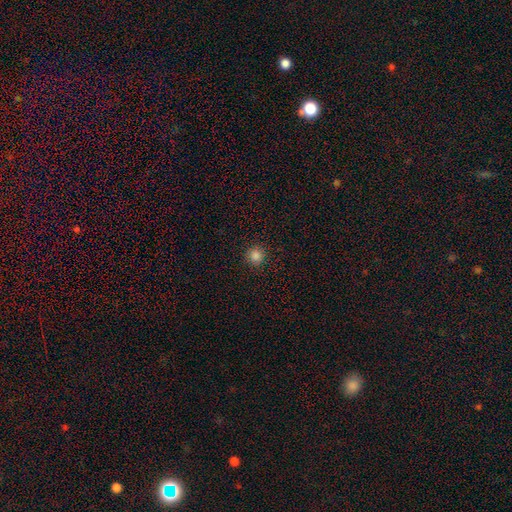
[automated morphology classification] Smooth or featured: smooth — 84% (star or artifact — 13%)
How rounded: round — 94% (in between — 5%)
Merging: none — 92% (minor disturbance — 6%)